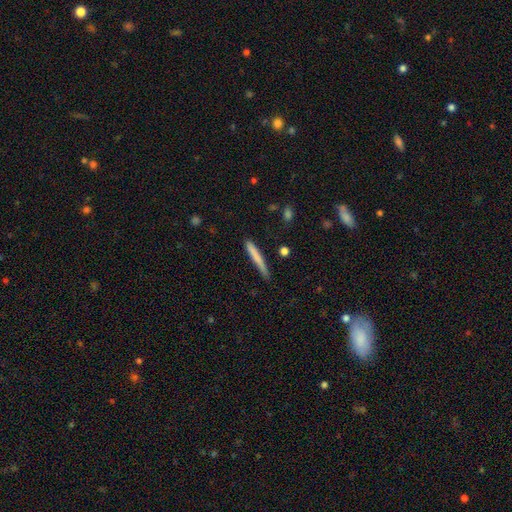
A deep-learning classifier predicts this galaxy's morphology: type=smooth (73%); roundness=cigar-shaped (96%); merging=none (75%).